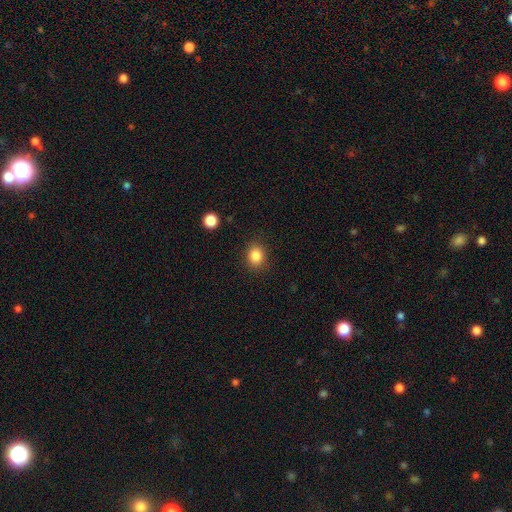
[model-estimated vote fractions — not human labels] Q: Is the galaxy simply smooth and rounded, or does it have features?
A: smooth — 85%.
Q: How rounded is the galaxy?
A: round — 67%.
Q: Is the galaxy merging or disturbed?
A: none — 87%.